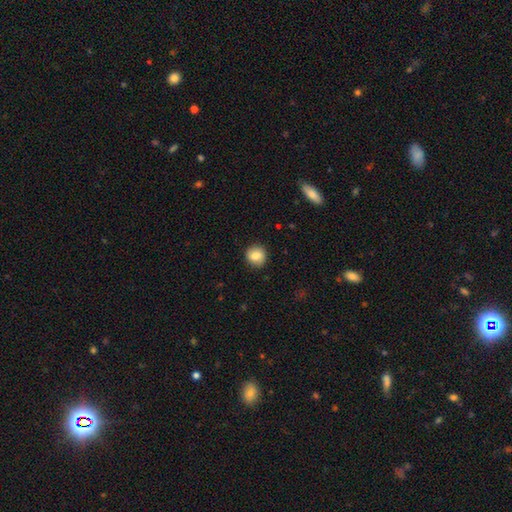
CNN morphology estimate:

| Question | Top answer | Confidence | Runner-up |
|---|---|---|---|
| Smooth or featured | smooth | 83% | star or artifact (9%) |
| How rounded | round | 87% | in between (12%) |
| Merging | none | 89% | minor disturbance (8%) |